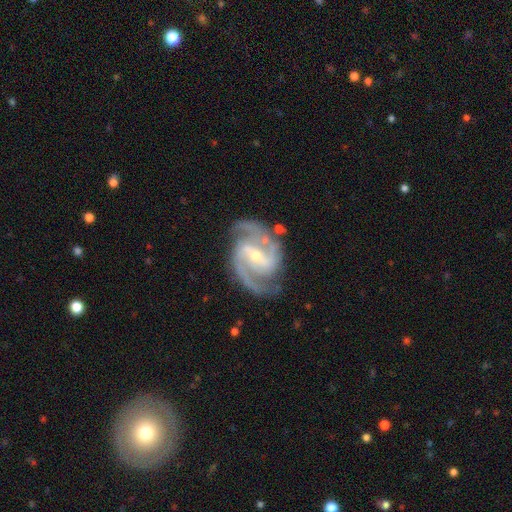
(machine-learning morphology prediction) smooth_or_featured: featured or disk (p=0.93) [alt: star or artifact p=0.04]
disk_edge_on: no (p=0.97) [alt: yes p=0.03]
bar: strong (p=0.49) [alt: weak p=0.38]
has_spiral_arms: yes (p=0.98) [alt: no p=0.02]
spiral_winding: medium (p=0.61) [alt: tight p=0.29]
spiral_arm_count: 2 (p=0.80) [alt: 3 p=0.12]
bulge_size: small (p=0.60) [alt: moderate p=0.37]
merging: none (p=0.78) [alt: minor disturbance p=0.15]